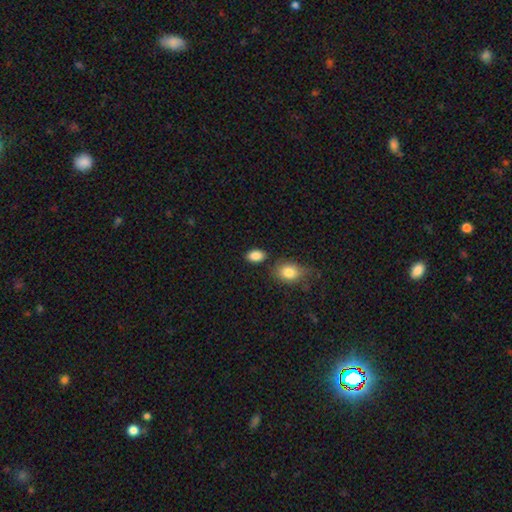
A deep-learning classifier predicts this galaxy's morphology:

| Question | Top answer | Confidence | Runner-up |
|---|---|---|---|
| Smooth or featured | smooth | 88% | star or artifact (8%) |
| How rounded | in between | 85% | round (13%) |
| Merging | none | 77% | minor disturbance (12%) |